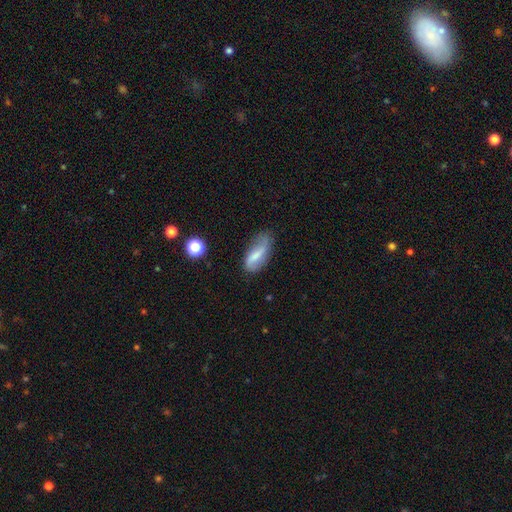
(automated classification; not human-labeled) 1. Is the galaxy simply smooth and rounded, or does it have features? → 51% smooth, 41% featured or disk, 8% star or artifact.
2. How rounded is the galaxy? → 82% in between, 15% cigar-shaped, 3% round.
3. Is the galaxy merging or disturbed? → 52% none, 33% minor disturbance, 12% major disturbance, 3% merger.